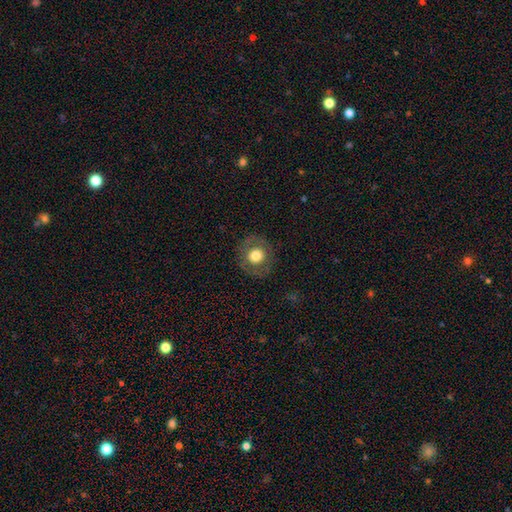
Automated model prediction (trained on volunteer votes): smooth_or_featured: smooth (p=0.65) [alt: featured or disk p=0.26]
how_rounded: round (p=0.90) [alt: in between p=0.09]
merging: none (p=0.84) [alt: minor disturbance p=0.10]